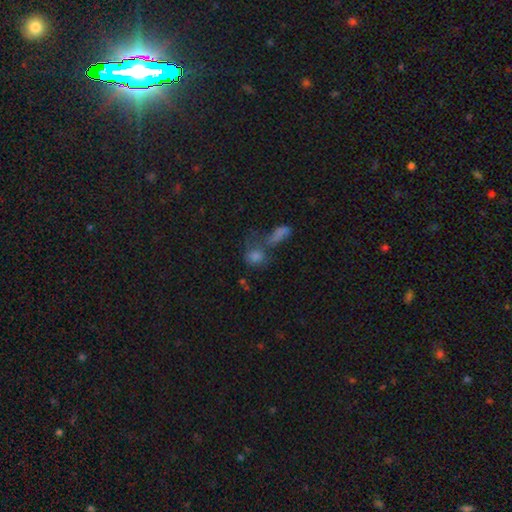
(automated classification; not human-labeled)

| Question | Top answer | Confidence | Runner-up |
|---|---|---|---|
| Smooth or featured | smooth | 67% | star or artifact (19%) |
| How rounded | round | 58% | in between (38%) |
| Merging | merger | 43% | none (34%) |